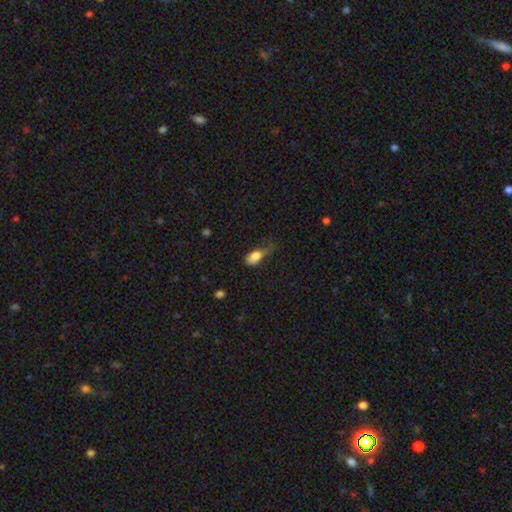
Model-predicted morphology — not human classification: Smooth or featured?
  - smooth: 80% *
  - featured or disk: 11%
  - star or artifact: 8%
How rounded?
  - in between: 84% *
  - round: 8%
  - cigar-shaped: 8%
Merging?
  - major disturbance: 38% *
  - minor disturbance: 35%
  - none: 23%
  - merger: 4%